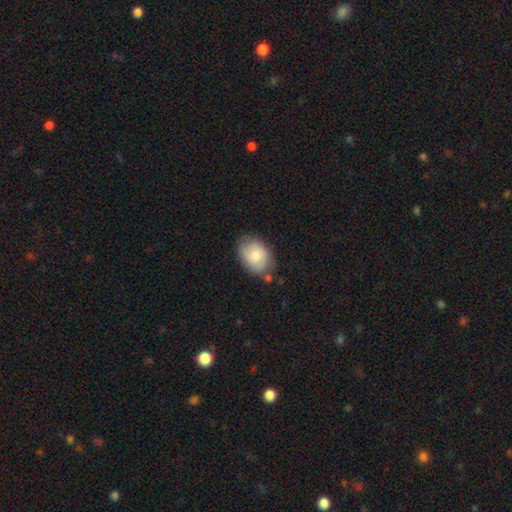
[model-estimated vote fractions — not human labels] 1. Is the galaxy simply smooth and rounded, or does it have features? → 73% smooth, 21% featured or disk, 7% star or artifact.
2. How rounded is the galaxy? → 74% in between, 25% round, 1% cigar-shaped.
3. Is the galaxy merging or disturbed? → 69% none, 21% minor disturbance, 5% major disturbance, 5% merger.